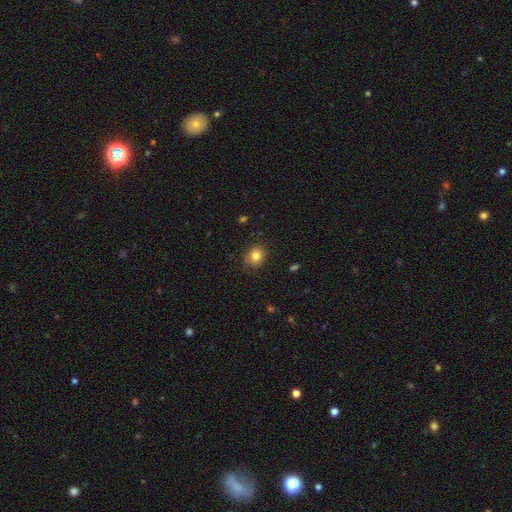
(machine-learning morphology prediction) A smooth galaxy with no disk features (82%) that is round (74%).

Vote fractions:
- Smooth or featured? smooth: 82% / star or artifact: 10% / featured or disk: 7%
- How rounded? round: 74% / in between: 25% / cigar-shaped: 1%
- Merging? none: 84% / minor disturbance: 12% / major disturbance: 3% / merger: 1%